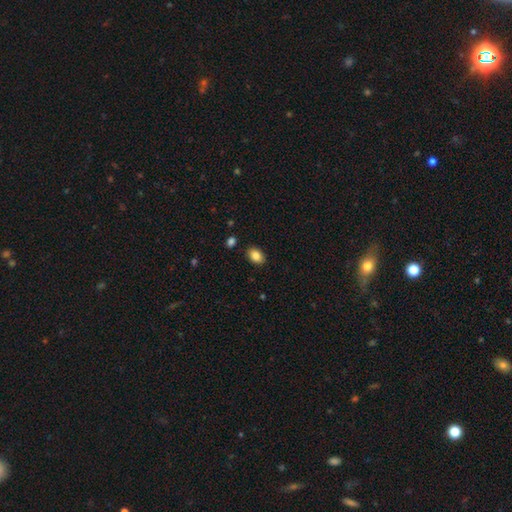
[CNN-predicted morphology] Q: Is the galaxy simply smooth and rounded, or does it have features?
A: smooth — 86%.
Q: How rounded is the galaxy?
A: in between — 81%.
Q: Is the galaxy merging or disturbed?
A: none — 88%.